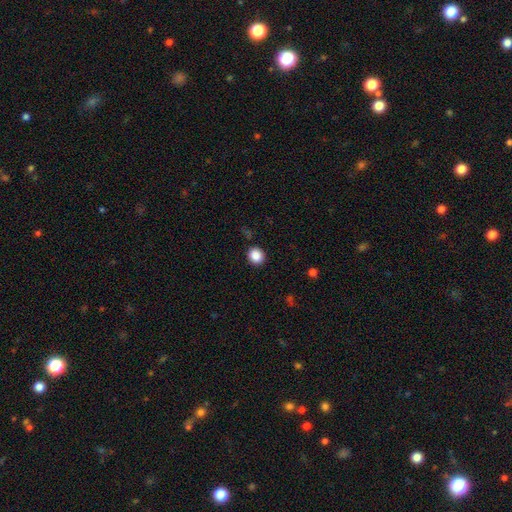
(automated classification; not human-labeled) smooth-or-featured: smooth: 87% | star or artifact: 10% | featured or disk: 3%
  how-rounded: round: 86% | in between: 13% | cigar-shaped: 1%
  merging: none: 90% | minor disturbance: 6% | major disturbance: 2% | merger: 1%